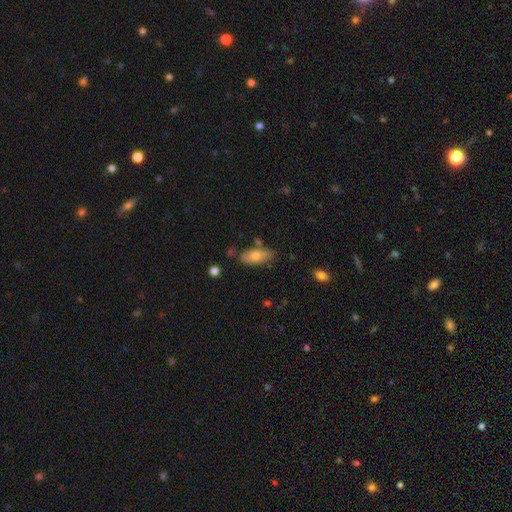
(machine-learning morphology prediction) The model was most divided on "smooth or featured": smooth: 67%, featured or disk: 26%, star or artifact: 7%. More confident: how rounded — in between (85%); merging — none (72%).